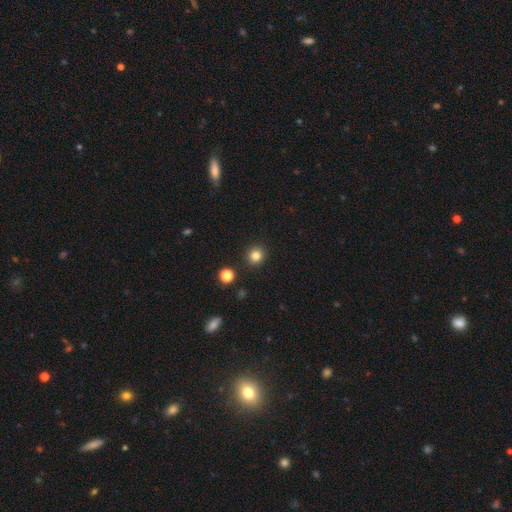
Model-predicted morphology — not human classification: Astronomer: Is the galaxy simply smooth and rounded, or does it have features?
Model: smooth — 82%.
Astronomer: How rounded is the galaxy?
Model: round — 92%.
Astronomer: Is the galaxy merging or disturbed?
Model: none — 91%.